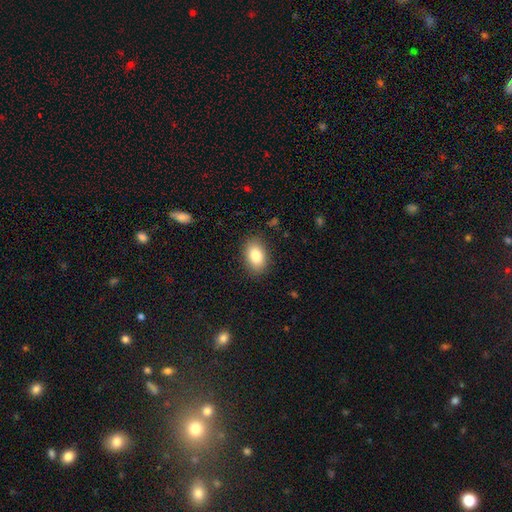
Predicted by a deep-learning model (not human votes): A smooth galaxy with no disk features (83%) that is in between round and cigar-shaped (86%).

Vote fractions:
- Smooth or featured? smooth: 83% / featured or disk: 9% / star or artifact: 8%
- How rounded? in between: 86% / round: 12% / cigar-shaped: 1%
- Merging? none: 87% / minor disturbance: 10% / major disturbance: 3% / merger: 1%